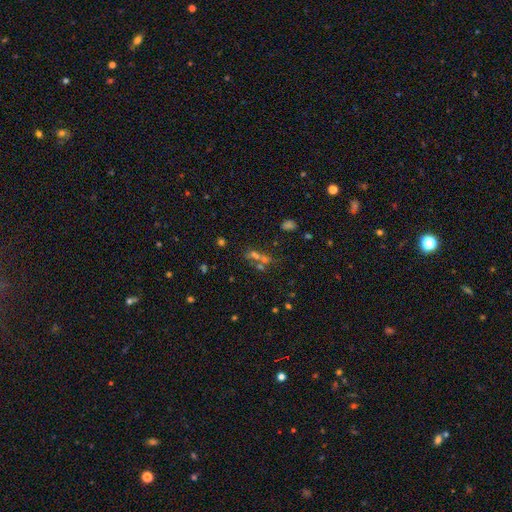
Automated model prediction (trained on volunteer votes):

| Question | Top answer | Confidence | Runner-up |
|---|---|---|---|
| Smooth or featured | smooth | 40% | tied: star or artifact (40%) |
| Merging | none | 45% | merger (36%) |